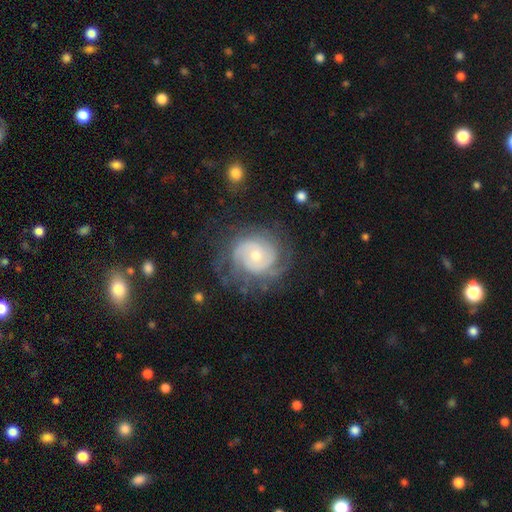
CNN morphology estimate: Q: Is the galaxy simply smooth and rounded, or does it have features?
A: featured or disk — 84%.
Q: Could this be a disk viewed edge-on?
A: no — 98%.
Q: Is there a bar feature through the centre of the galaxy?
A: no — 72%.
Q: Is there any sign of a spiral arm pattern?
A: yes — 94%.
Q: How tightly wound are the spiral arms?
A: tight — 62%.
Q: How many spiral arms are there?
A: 2 — 39%.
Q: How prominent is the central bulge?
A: moderate — 52%.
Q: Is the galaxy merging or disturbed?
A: none — 69%.